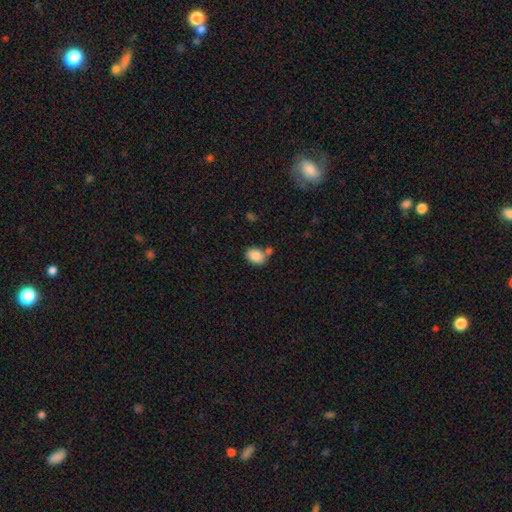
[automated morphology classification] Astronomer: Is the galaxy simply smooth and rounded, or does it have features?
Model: smooth — 87%.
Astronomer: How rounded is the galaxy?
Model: in between — 75%.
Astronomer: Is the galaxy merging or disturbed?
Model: none — 66%.